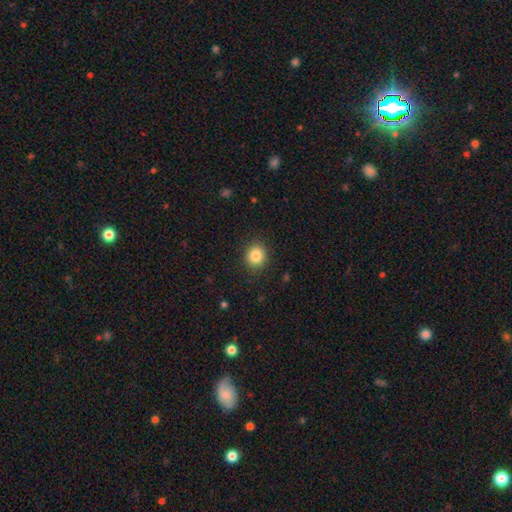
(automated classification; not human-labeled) Overall: smooth (85%). How rounded: round (74%). Merging: none (89%).